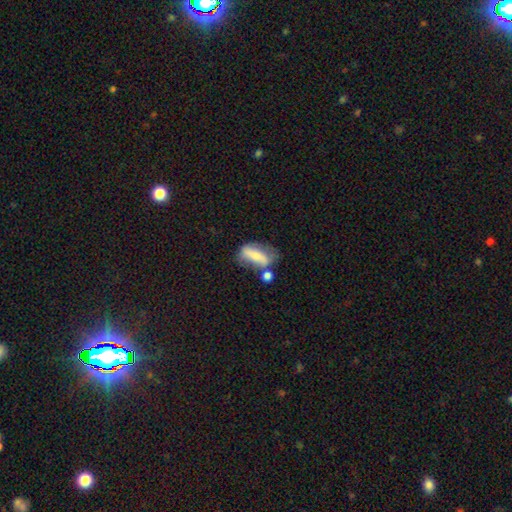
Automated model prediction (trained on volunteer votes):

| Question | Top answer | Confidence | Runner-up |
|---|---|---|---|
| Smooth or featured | smooth | 55% | featured or disk (37%) |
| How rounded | in between | 70% | cigar-shaped (23%) |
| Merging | none | 42% | minor disturbance (23%) |